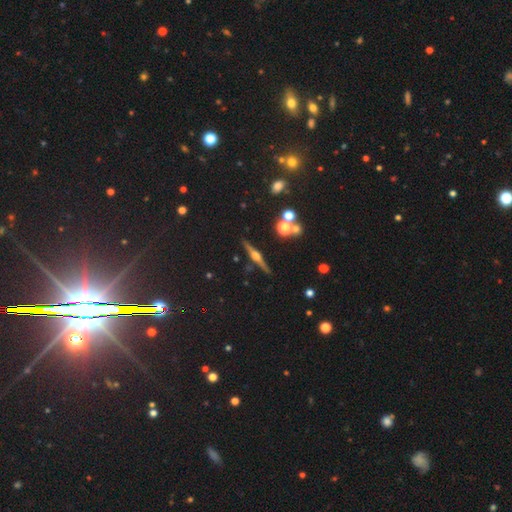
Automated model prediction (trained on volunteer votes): This appears to be a featured or disk galaxy (80%) viewed edge-on (98%) with a rounded central bulge (93%). Merging: none (88%).